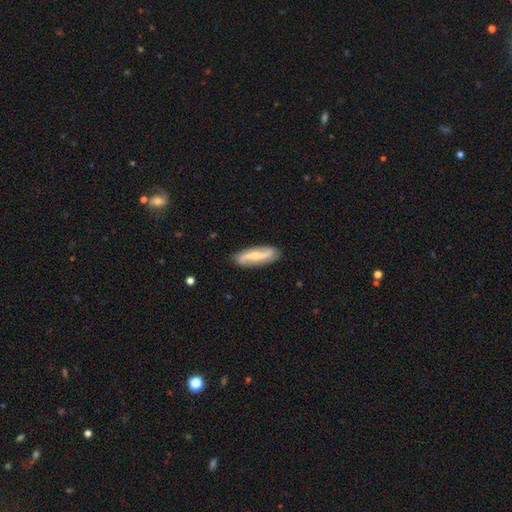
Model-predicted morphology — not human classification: Smooth or featured? Predicted: featured or disk (p=0.78). Edge-on disk? Predicted: no (p=0.86). Bar? Predicted: strong (p=0.41). Spiral arms? Predicted: yes (p=0.91). Spiral winding? Predicted: loose (p=0.70). Spiral arm count? Predicted: 2 (p=0.92). Bulge size? Predicted: small (p=0.51). Merging? Predicted: none (p=0.87).